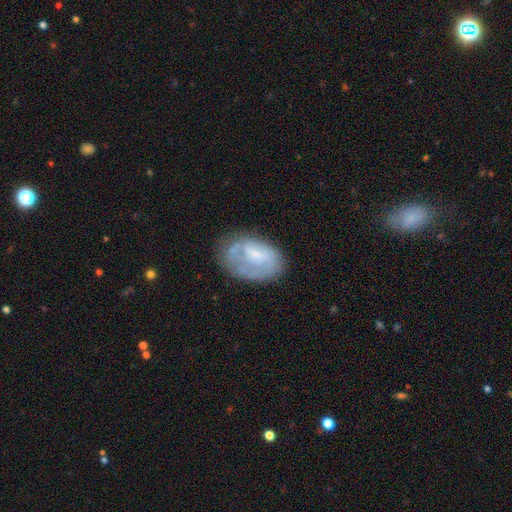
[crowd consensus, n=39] Smooth or featured: featured or disk — 67% (smooth — 28%)
Edge-on disk: no — 100%
Bar: no — 62% (weak — 27%)
Spiral arms: yes — 62% (no — 38%)
Spiral winding: tight — 44% (tied with medium — 44%)
Spiral arm count: 2 — 62% (1 — 12%)
Bulge size: small — 54% (moderate — 23%)
Merging: none — 51% (minor disturbance — 32%)